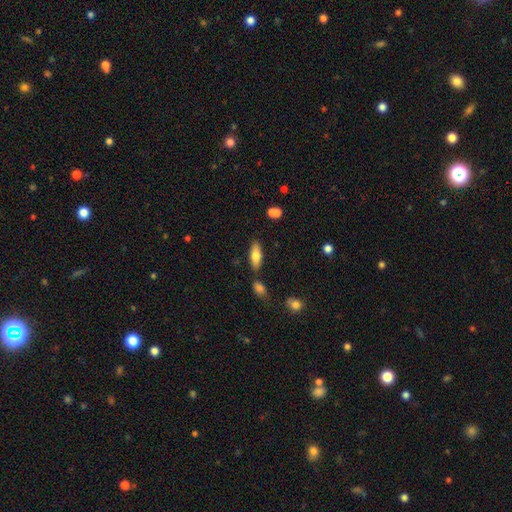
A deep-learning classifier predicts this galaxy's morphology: Q: Smooth or featured?
A: smooth (75%); runner-up: featured or disk (18%)
Q: How rounded?
A: in between (77%); runner-up: cigar-shaped (21%)
Q: Merging?
A: none (79%); runner-up: minor disturbance (12%)